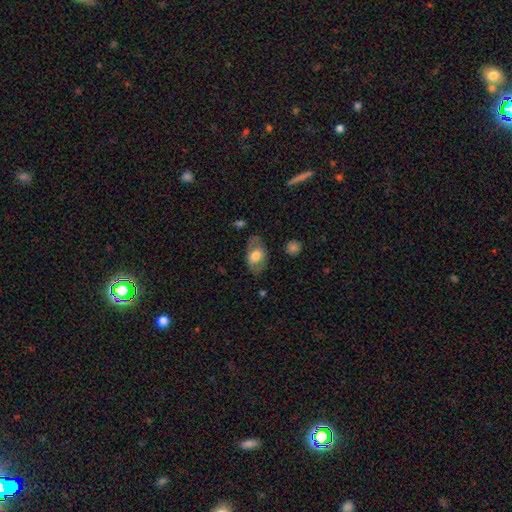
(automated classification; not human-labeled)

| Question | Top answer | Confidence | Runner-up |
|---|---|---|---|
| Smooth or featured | smooth | 59% | featured or disk (34%) |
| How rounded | in between | 88% | round (10%) |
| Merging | none | 71% | minor disturbance (20%) |